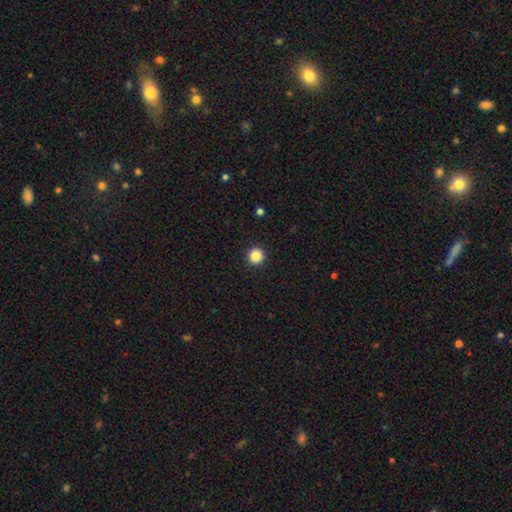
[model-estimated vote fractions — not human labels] A smooth galaxy with no disk features (86%) that is round (96%). Merging: none (94%).